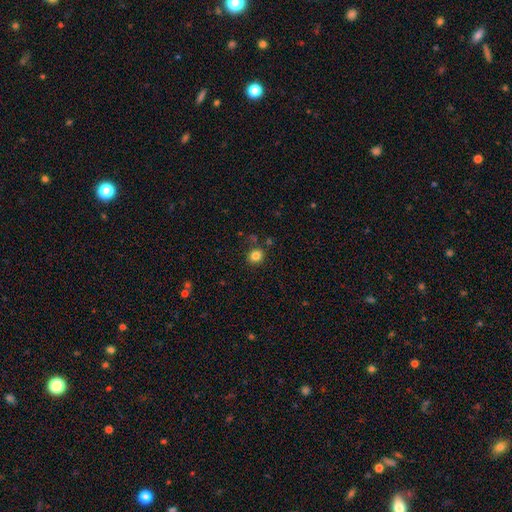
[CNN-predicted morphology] Smooth or featured: smooth — 83% (star or artifact — 12%)
How rounded: round — 80% (in between — 19%)
Merging: none — 84% (minor disturbance — 9%)